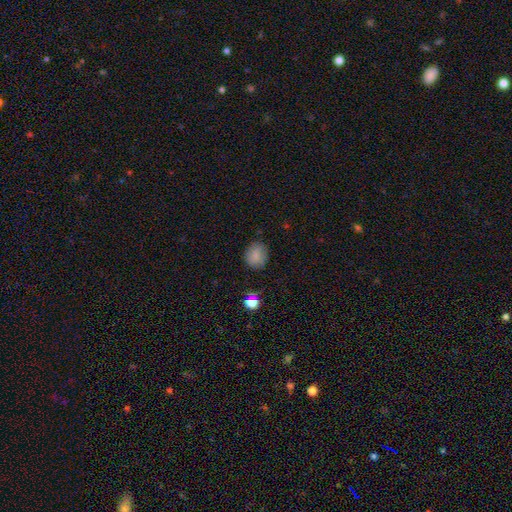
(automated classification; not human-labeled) Smooth or featured? smooth (81%)
How rounded? round (62%)
Merging? none (81%)